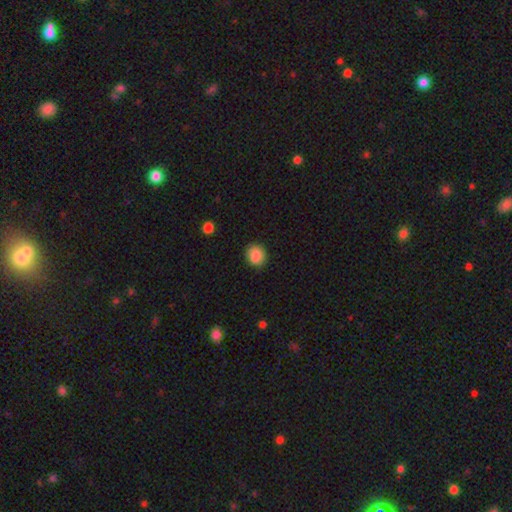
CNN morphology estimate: smooth-or-featured: smooth: 87% | star or artifact: 8% | featured or disk: 4%
  how-rounded: round: 72% | in between: 27% | cigar-shaped: 1%
  merging: none: 85% | minor disturbance: 11% | major disturbance: 2% | merger: 1%